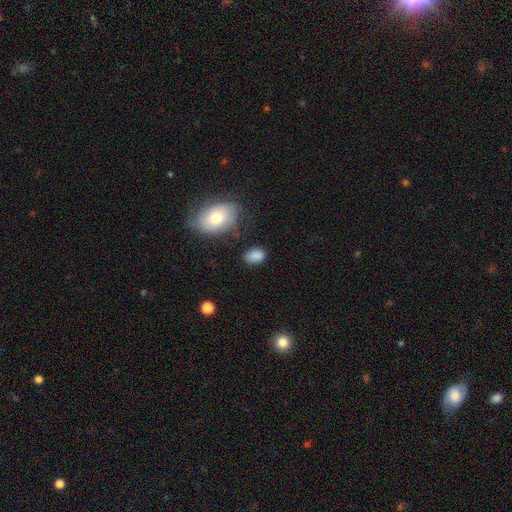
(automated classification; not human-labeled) smooth 86%, star or artifact 9%, featured or disk 5%. Down the decision tree: how rounded — in between (83%); merging — none (74%).